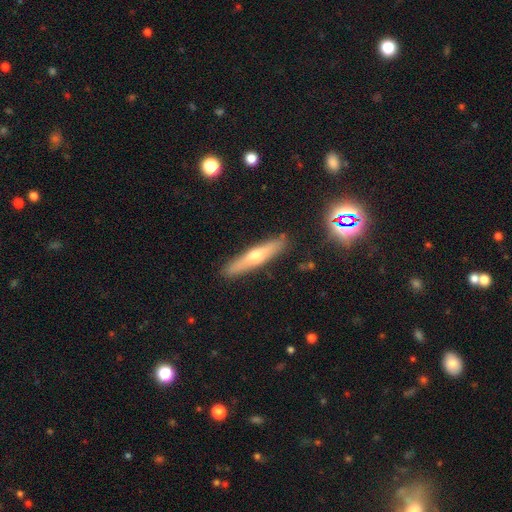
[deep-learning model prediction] A featured or disk galaxy (47%).

Vote fractions:
- Smooth or featured? featured or disk: 47% / smooth: 44% / star or artifact: 9%
- Merging? none: 89% / minor disturbance: 8% / major disturbance: 2% / merger: 2%